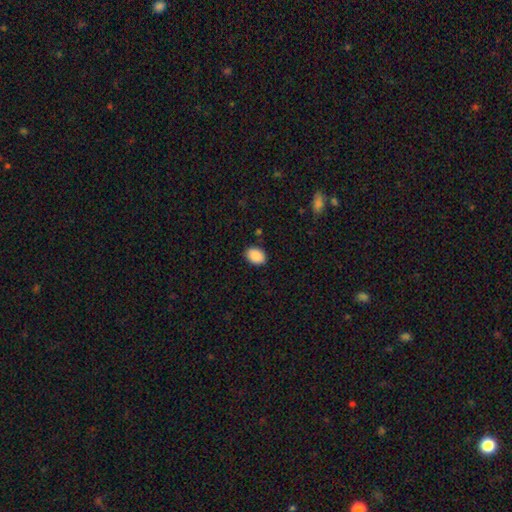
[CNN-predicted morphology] This appears to be a smooth galaxy with no disk features (90%) that is in between round and cigar-shaped (80%). Merging: none (88%).